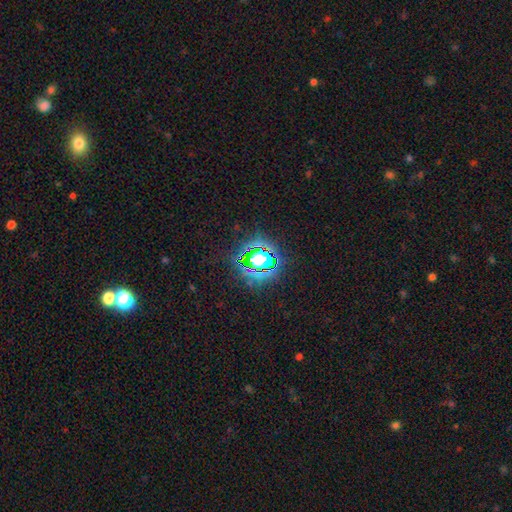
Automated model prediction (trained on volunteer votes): Smooth or featured? star or artifact (81%)